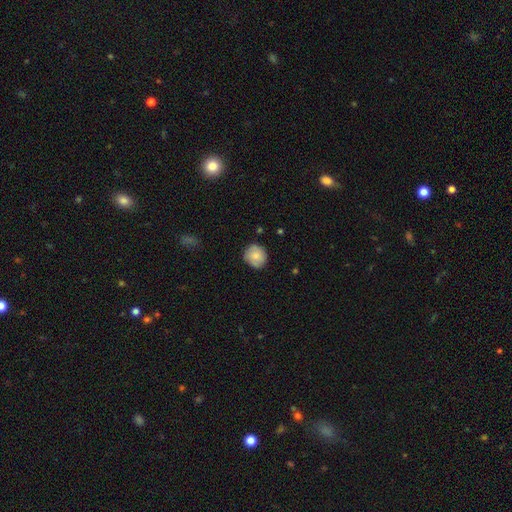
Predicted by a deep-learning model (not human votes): Overall: smooth (76%). How rounded: round (82%). Merging: none (78%).